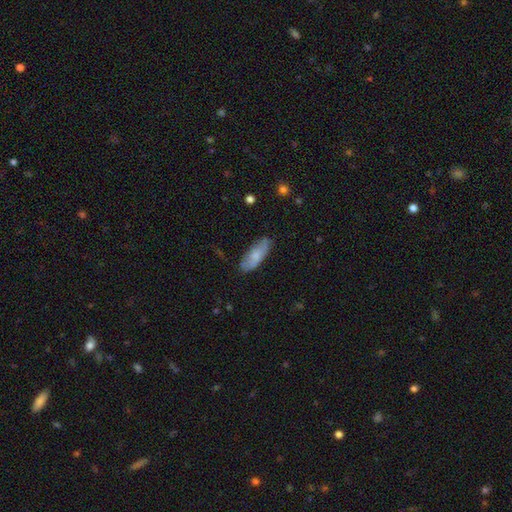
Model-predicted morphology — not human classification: This is likely a smooth galaxy (70%). How rounded: likely in between (71%). Merging: likely none (76%).